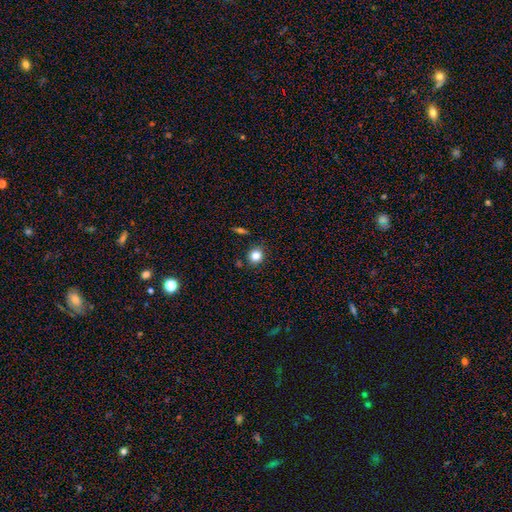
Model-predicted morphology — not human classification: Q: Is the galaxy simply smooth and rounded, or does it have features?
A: smooth — 83%.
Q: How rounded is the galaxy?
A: round — 81%.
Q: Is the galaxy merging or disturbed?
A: none — 85%.